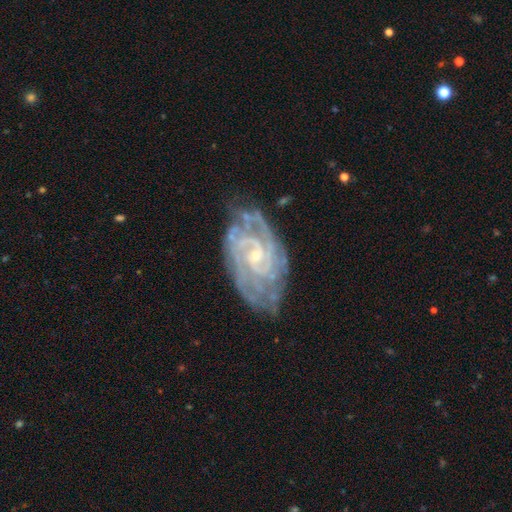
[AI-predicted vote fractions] The model was most divided on "spiral arm count": 2: 33%, can't tell: 22%, 3: 20%, 4: 13%, more than 4: 6%, 1: 6%. More confident: spiral arms — yes (98%); edge-on disk — no (97%); smooth or featured — featured or disk (90%); bulge size — small (74%); spiral winding — tight (71%); merging — none (68%); bar — no (55%).